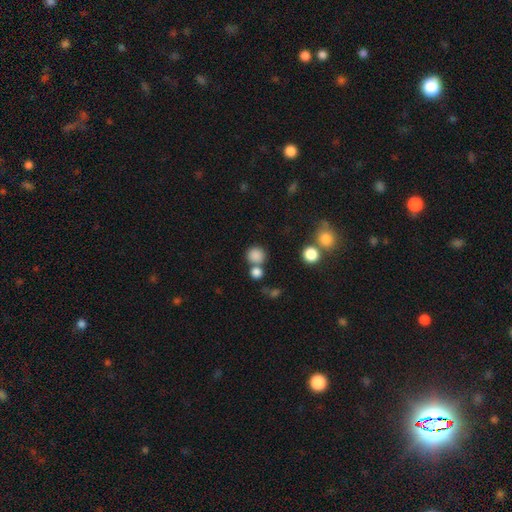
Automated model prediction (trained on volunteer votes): Smooth or featured? smooth (83%)
How rounded? round (86%)
Merging? none (60%)